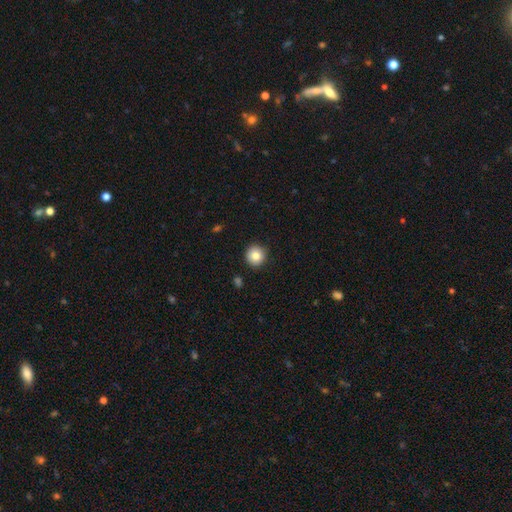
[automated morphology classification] Smooth or featured? smooth (83%)
How rounded? round (95%)
Merging? none (92%)